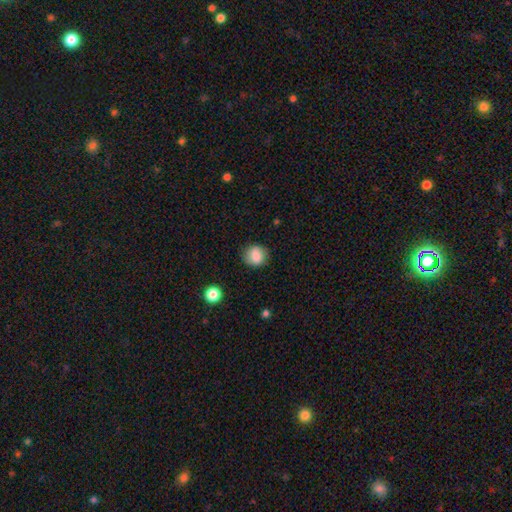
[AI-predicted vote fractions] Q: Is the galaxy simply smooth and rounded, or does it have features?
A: smooth — 85%.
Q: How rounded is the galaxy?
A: round — 79%.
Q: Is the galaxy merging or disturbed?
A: none — 82%.